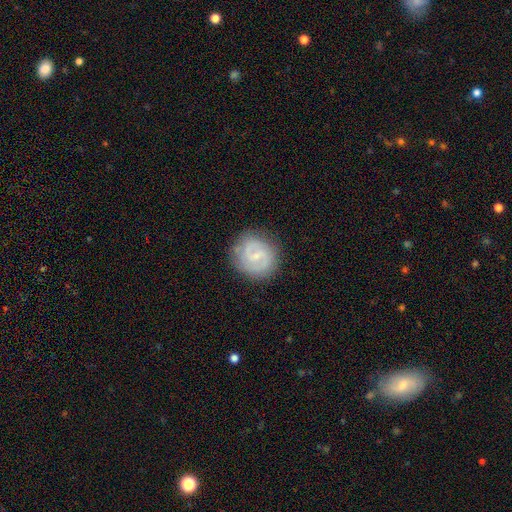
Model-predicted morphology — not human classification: A featured or disk galaxy (77%) with a weak bar (58%), 2 (85%) medium (47%) spiral arms (94%) and a small central bulge (66%). Merging: none (83%).